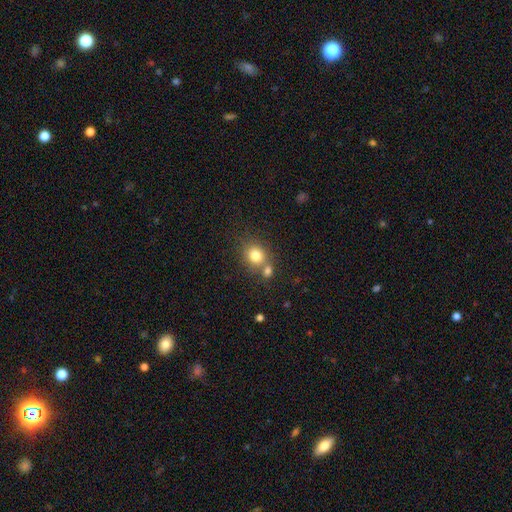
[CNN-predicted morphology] smooth-or-featured: smooth: 80% | star or artifact: 12% | featured or disk: 9%
  how-rounded: round: 75% | in between: 24% | cigar-shaped: 1%
  merging: none: 55% | merger: 32% | minor disturbance: 10% | major disturbance: 4%